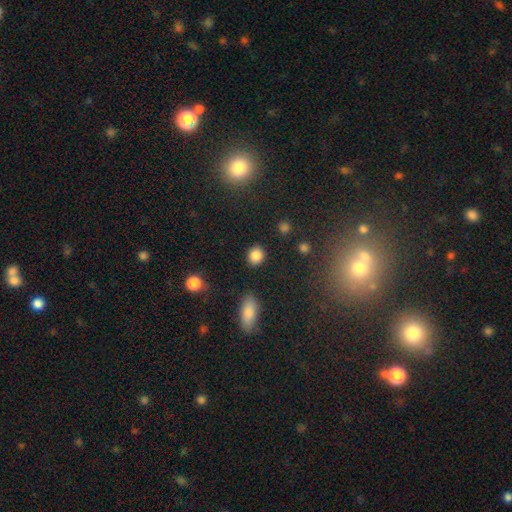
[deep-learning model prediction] A smooth galaxy with no disk features (86%) that is round (76%). Merging: none (87%).